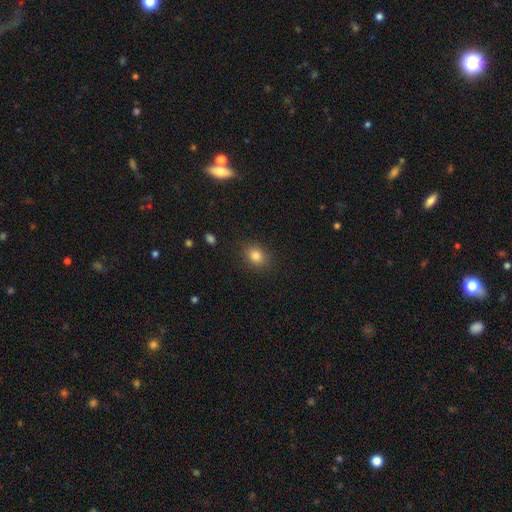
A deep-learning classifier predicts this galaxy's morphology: This appears to be a smooth galaxy with no disk features (83%) that is in between round and cigar-shaped (50%). Merging: none (86%).